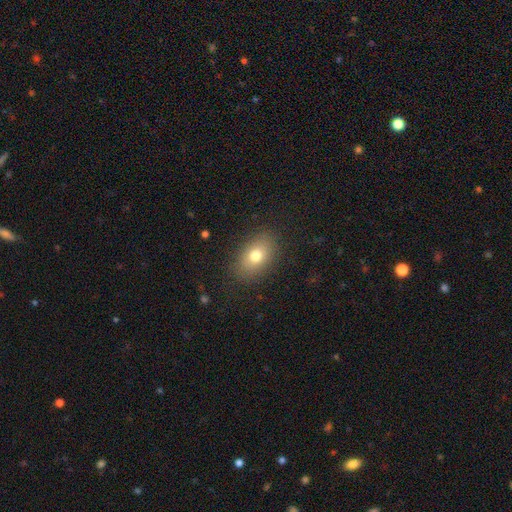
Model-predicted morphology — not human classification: smooth_or_featured: smooth (p=0.76) [alt: featured or disk p=0.14]
how_rounded: in between (p=0.82) [alt: round p=0.16]
merging: none (p=0.85) [alt: minor disturbance p=0.10]